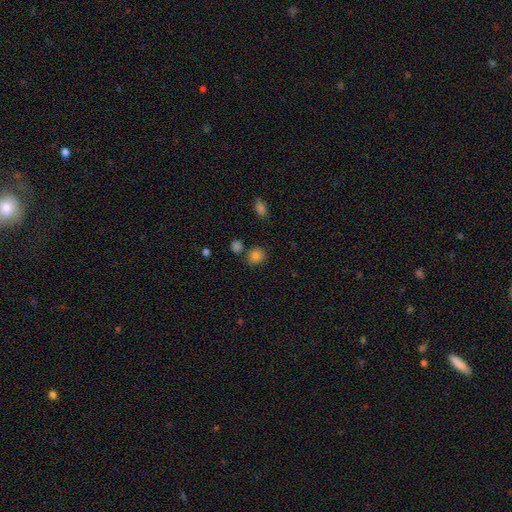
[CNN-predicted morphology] This is clearly a smooth galaxy (83%). How rounded: likely round (71%). Merging: likely none (73%).